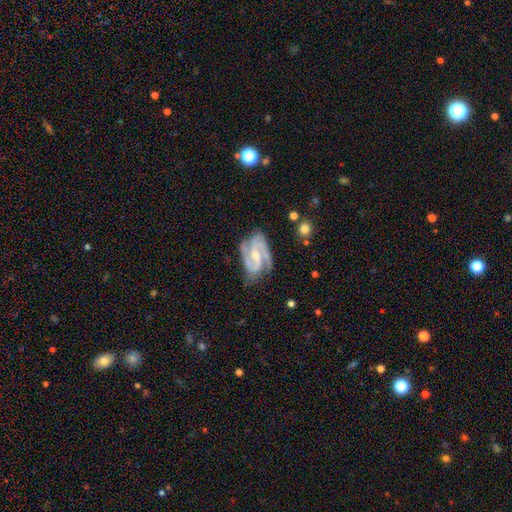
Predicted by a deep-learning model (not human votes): Smooth or featured?
  - featured or disk: 90% *
  - smooth: 5%
  - star or artifact: 4%
Edge-on disk?
  - no: 97% *
  - yes: 3%
Bar?
  - weak: 45% *
  - no: 30%
  - strong: 25%
Spiral arms?
  - yes: 98% *
  - no: 2%
Spiral winding?
  - medium: 50% *
  - tight: 39%
  - loose: 11%
Spiral arm count?
  - 2: 58% *
  - 3: 27%
  - can't tell: 6%
  - 4: 3%
  - 1: 3%
  - more than 4: 3%
Bulge size?
  - small: 52% *
  - moderate: 43%
  - none: 3%
  - large: 2%
  - dominant: 1%
Merging?
  - none: 68% *
  - minor disturbance: 22%
  - major disturbance: 8%
  - merger: 2%